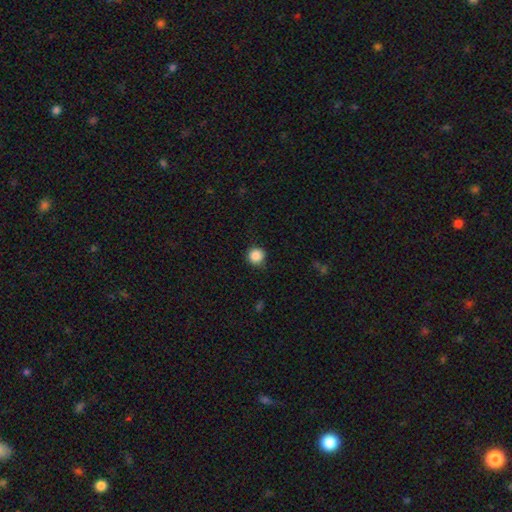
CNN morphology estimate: Smooth or featured?
  - smooth: 87% *
  - star or artifact: 10%
  - featured or disk: 3%
How rounded?
  - round: 95% *
  - in between: 4%
  - cigar-shaped: 1%
Merging?
  - none: 86% *
  - minor disturbance: 10%
  - major disturbance: 2%
  - merger: 1%